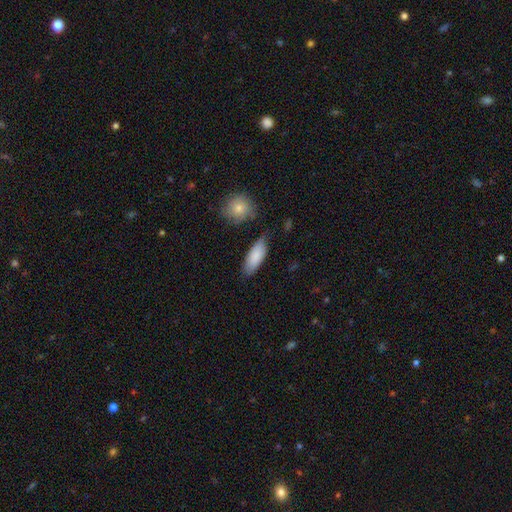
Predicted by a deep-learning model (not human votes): Smooth or featured?
  - smooth: 86% *
  - featured or disk: 9%
  - star or artifact: 6%
How rounded?
  - in between: 78% *
  - cigar-shaped: 20%
  - round: 2%
Merging?
  - none: 73% *
  - minor disturbance: 18%
  - merger: 5%
  - major disturbance: 4%